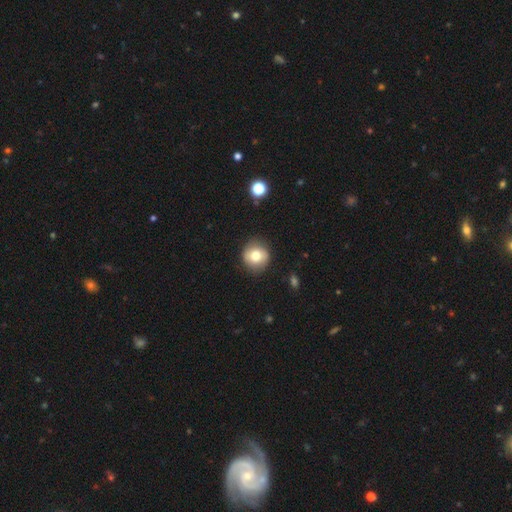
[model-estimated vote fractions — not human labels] This appears to be a smooth galaxy with no disk features (74%) that is round (90%). Merging: none (86%).